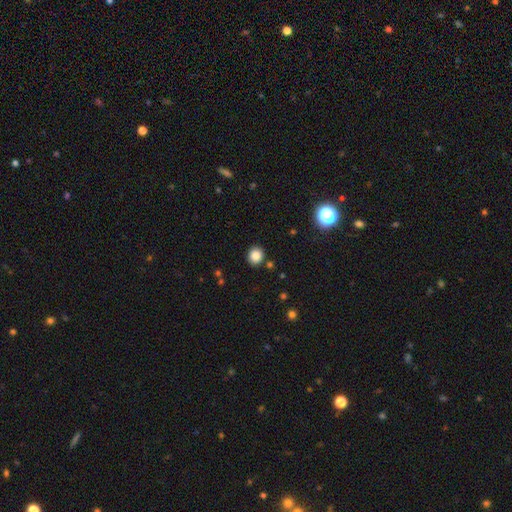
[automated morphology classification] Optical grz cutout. It shows a smooth galaxy with no disk features (84%) that is round (82%). Merging: none (88%).